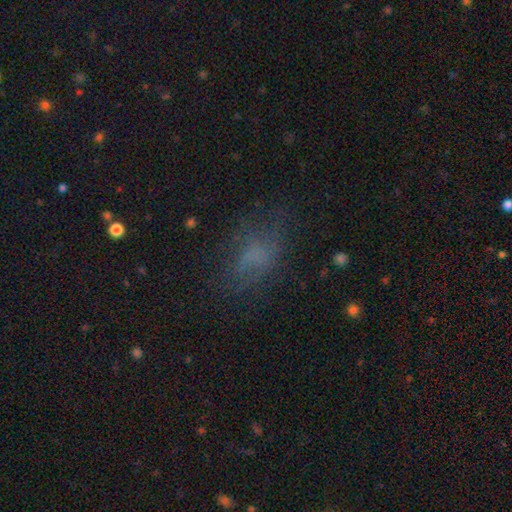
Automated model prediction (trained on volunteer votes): Smooth or featured? smooth (58%)
How rounded? in between (77%)
Merging? none (57%)